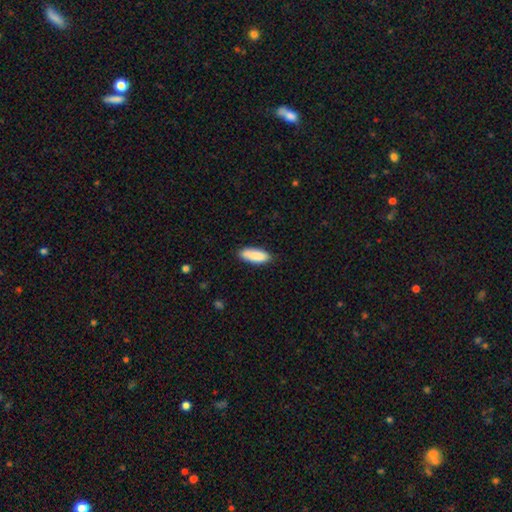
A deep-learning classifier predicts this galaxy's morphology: This appears to be a smooth galaxy with no disk features (86%) that is in between round and cigar-shaped (68%). Merging: none (80%).